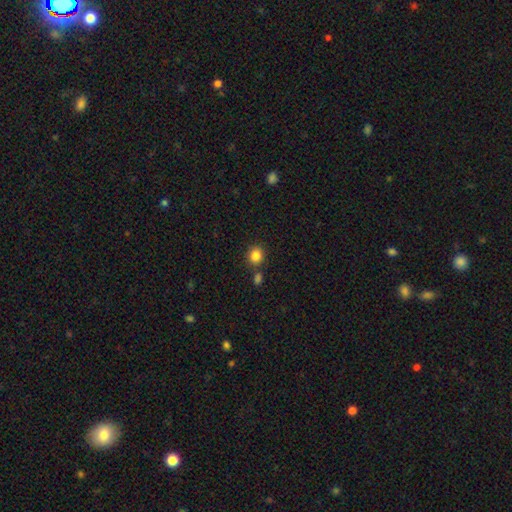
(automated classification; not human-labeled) This appears to be a smooth galaxy with no disk features (85%) that is round (78%). Merging: none (77%).